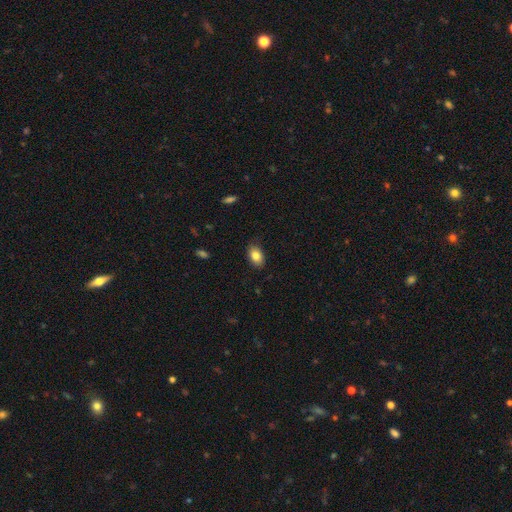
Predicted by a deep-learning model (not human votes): A smooth galaxy with no disk features (83%) that is in between round and cigar-shaped (88%). Merging: none (84%).